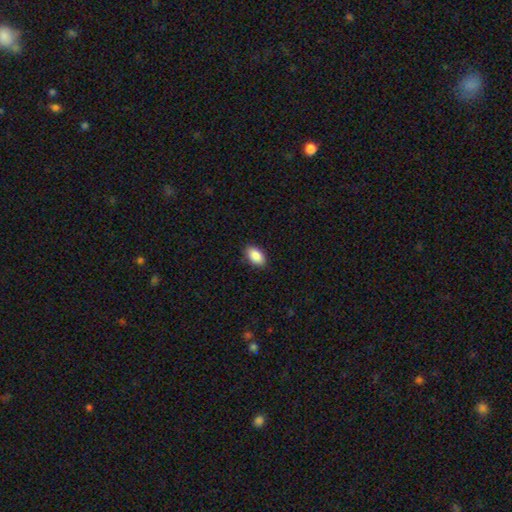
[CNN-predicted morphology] Smooth or featured?
  - smooth: 89% *
  - star or artifact: 7%
  - featured or disk: 4%
How rounded?
  - in between: 92% *
  - round: 6%
  - cigar-shaped: 2%
Merging?
  - none: 88% *
  - minor disturbance: 9%
  - major disturbance: 2%
  - merger: 1%